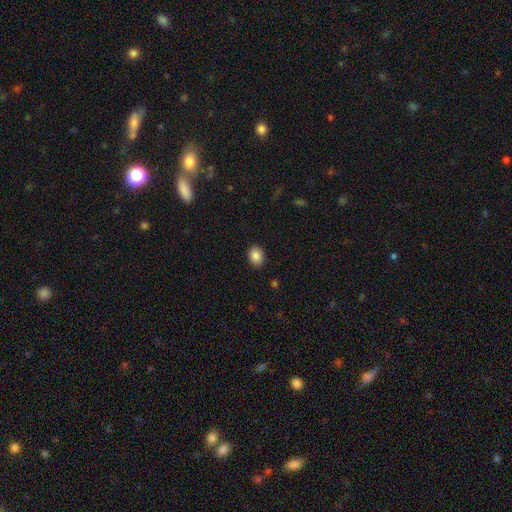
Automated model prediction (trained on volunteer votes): Smooth or featured: smooth — 87% (star or artifact — 9%)
How rounded: in between — 59% (round — 40%)
Merging: none — 88% (minor disturbance — 9%)